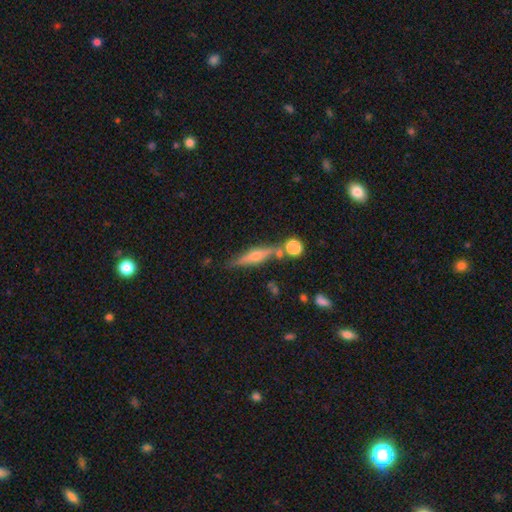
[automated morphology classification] Smooth or featured: featured or disk — 58% (smooth — 33%)
Edge-on disk: yes — 94% (no — 6%)
Edge-on bulge: rounded — 82% (boxy — 9%)
Merging: none — 76% (minor disturbance — 12%)